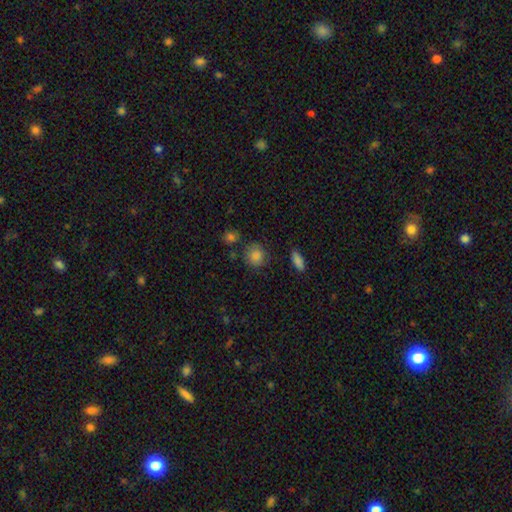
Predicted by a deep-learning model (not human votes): A smooth galaxy with no disk features (83%) that is round (78%). Merging: none (75%).